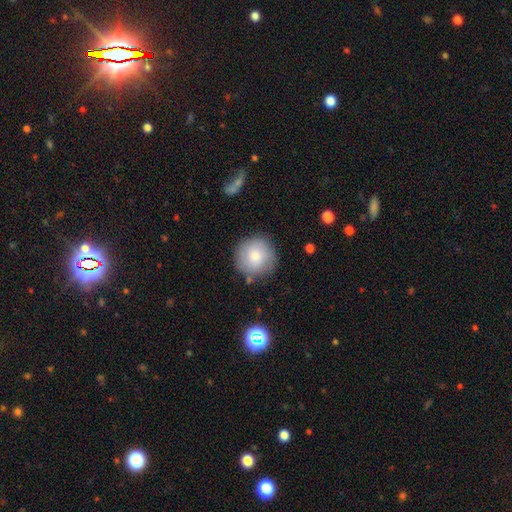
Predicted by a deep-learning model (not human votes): The model was most divided on "smooth or featured": smooth: 80%, featured or disk: 13%, star or artifact: 7%. More confident: how rounded — round (94%); merging — none (82%).